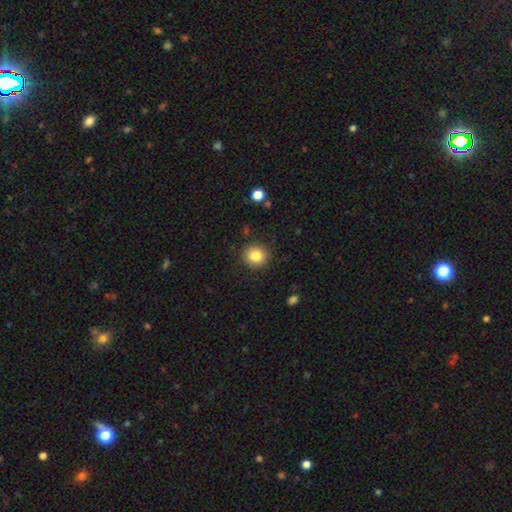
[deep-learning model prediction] A smooth galaxy with no disk features (83%) that is round (89%).

Vote fractions:
- Smooth or featured? smooth: 83% / star or artifact: 10% / featured or disk: 7%
- How rounded? round: 89% / in between: 10% / cigar-shaped: 1%
- Merging? none: 90% / minor disturbance: 7% / major disturbance: 2% / merger: 1%